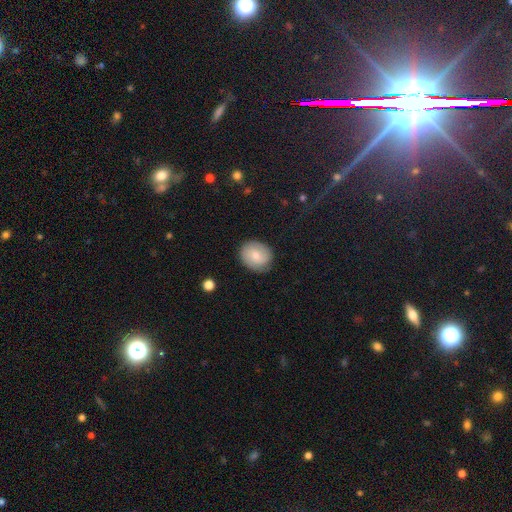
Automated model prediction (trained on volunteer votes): A smooth galaxy with no disk features (65%) that is round (68%). Merging: none (84%).